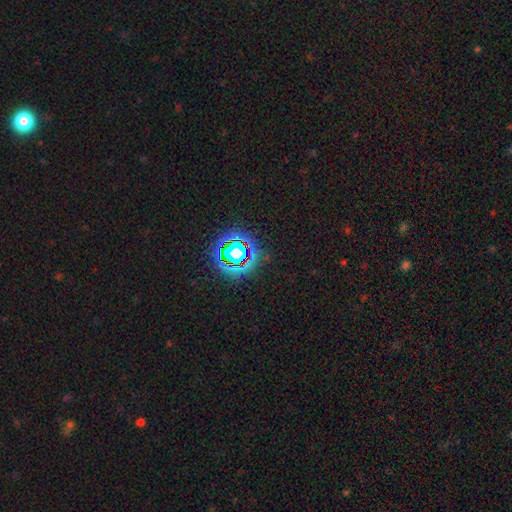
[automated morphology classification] This is likely a star or artifact rather than a galaxy (79%).